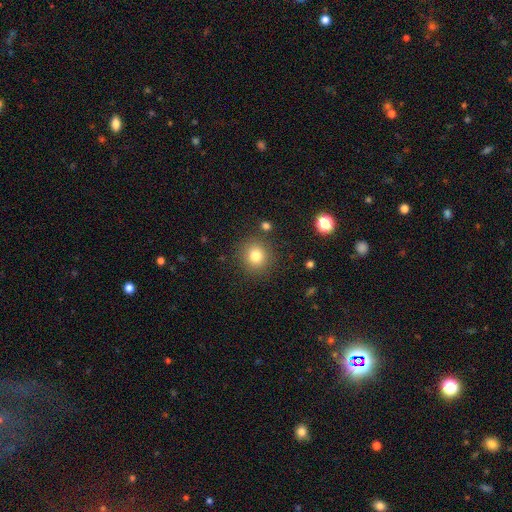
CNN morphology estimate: The model was most divided on "smooth or featured": smooth: 80%, star or artifact: 12%, featured or disk: 8%. More confident: how rounded — round (89%); merging — none (87%).